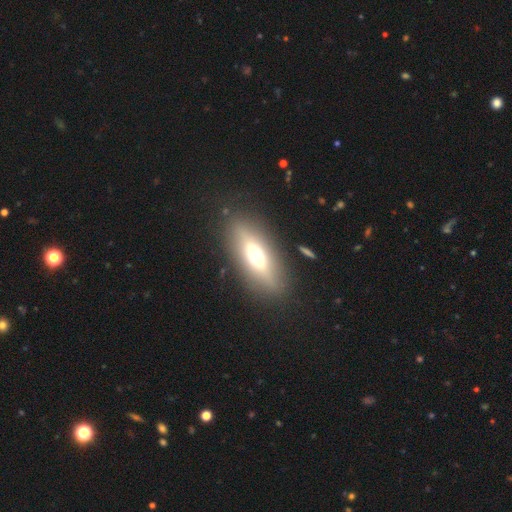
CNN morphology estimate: Smooth or featured? Predicted: smooth (p=0.45, tied with featured or disk). Merging? Predicted: none (p=0.84).